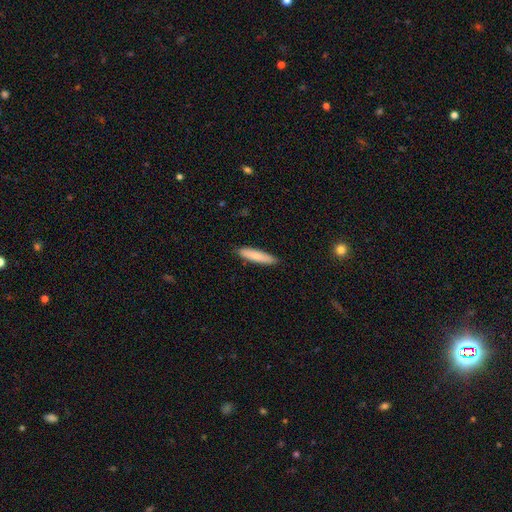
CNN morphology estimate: Smooth or featured: smooth — 81% (featured or disk — 14%)
How rounded: cigar-shaped — 82% (in between — 16%)
Merging: none — 88% (minor disturbance — 9%)